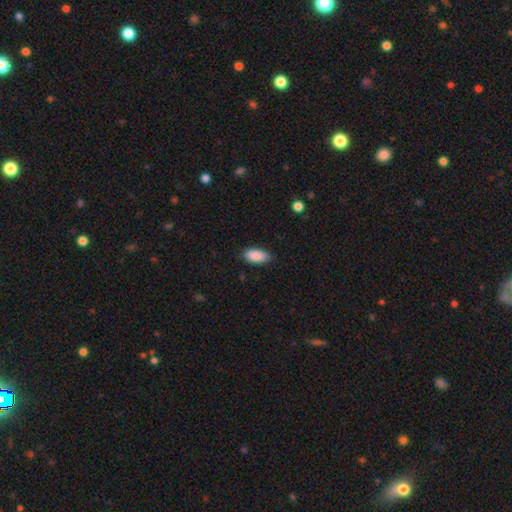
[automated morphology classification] A smooth galaxy with no disk features (89%) that is in between round and cigar-shaped (92%).

Vote fractions:
- Smooth or featured? smooth: 89% / star or artifact: 7% / featured or disk: 5%
- How rounded? in between: 92% / cigar-shaped: 6% / round: 2%
- Merging? none: 83% / minor disturbance: 13% / major disturbance: 2% / merger: 1%